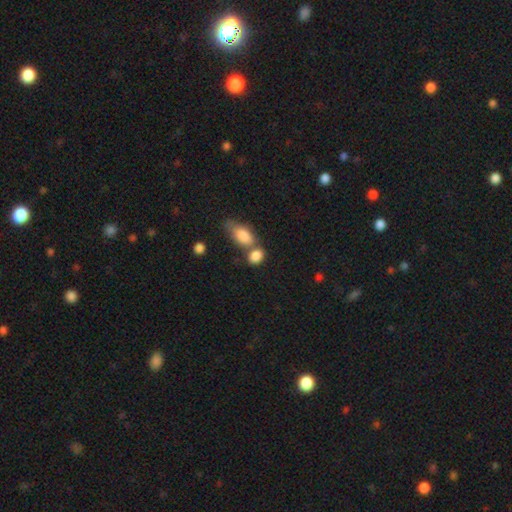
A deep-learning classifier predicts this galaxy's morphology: smooth_or_featured: smooth (p=0.85) [alt: featured or disk p=0.08]
how_rounded: in between (p=0.79) [alt: round p=0.18]
merging: merger (p=0.49) [alt: none p=0.35]